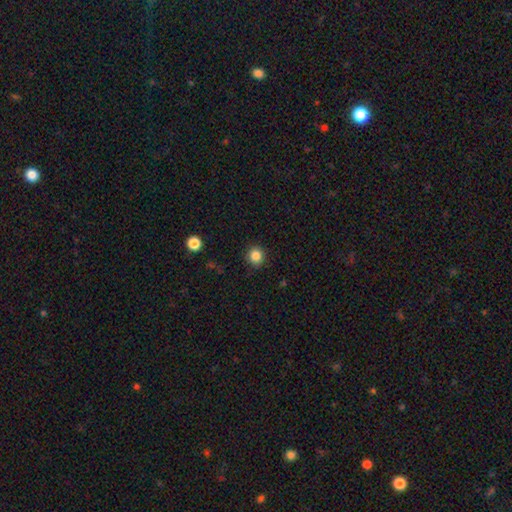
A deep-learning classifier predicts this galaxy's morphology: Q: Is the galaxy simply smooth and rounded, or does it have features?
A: smooth — 85%.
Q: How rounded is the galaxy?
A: round — 90%.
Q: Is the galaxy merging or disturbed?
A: none — 89%.